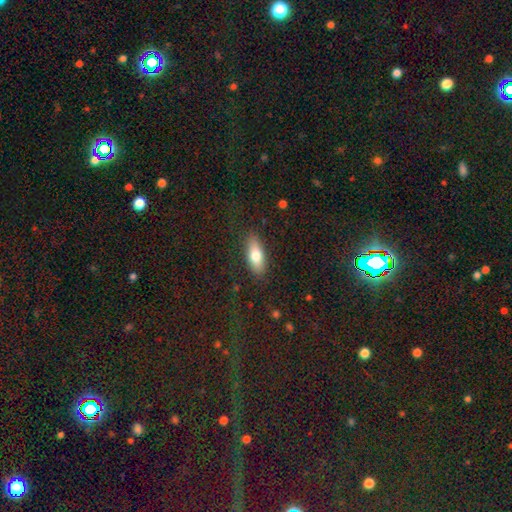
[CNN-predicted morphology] Smooth or featured?
  - smooth: 74% *
  - featured or disk: 19%
  - star or artifact: 7%
How rounded?
  - in between: 74% *
  - cigar-shaped: 23%
  - round: 3%
Merging?
  - none: 87% *
  - minor disturbance: 10%
  - major disturbance: 3%
  - merger: 1%